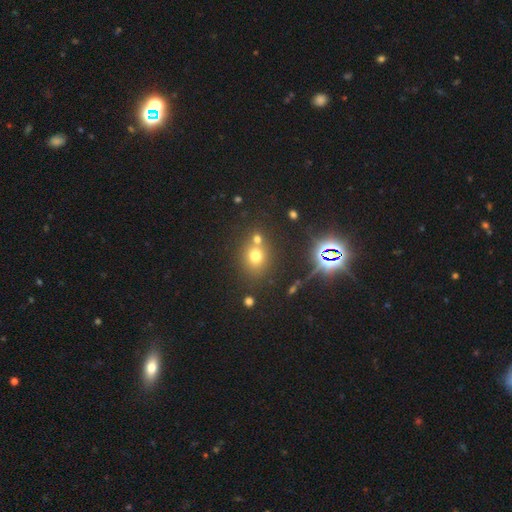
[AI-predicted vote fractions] A smooth galaxy with no disk features (67%) that is round (70%). Merging: none (57%).